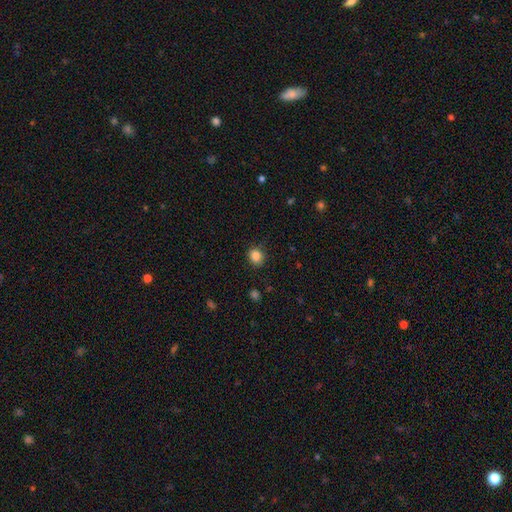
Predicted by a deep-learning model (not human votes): Overall: smooth (85%). How rounded: round (76%). Merging: none (87%).